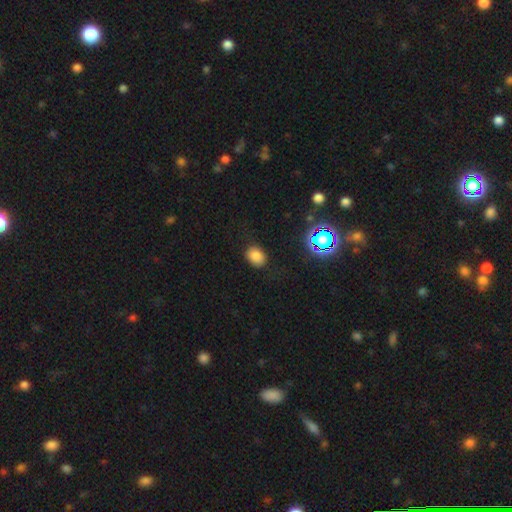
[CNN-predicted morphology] smooth-or-featured: smooth: 80% | star or artifact: 14% | featured or disk: 6%
  how-rounded: in between: 61% | round: 38% | cigar-shaped: 1%
  merging: none: 83% | minor disturbance: 12% | major disturbance: 4% | merger: 1%